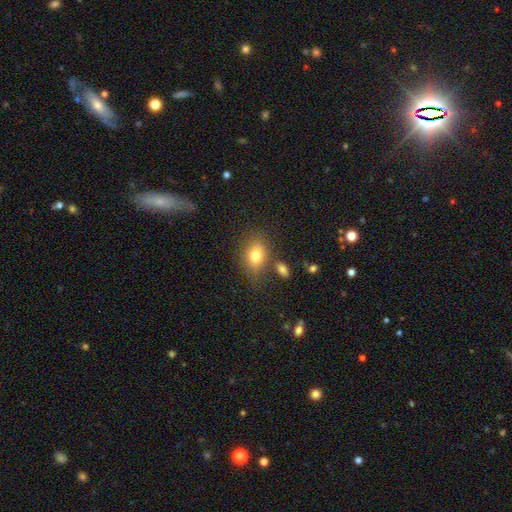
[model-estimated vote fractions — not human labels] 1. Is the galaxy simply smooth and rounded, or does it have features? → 77% smooth, 13% featured or disk, 10% star or artifact.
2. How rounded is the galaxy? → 73% in between, 25% round, 2% cigar-shaped.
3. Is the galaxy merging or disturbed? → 68% none, 16% minor disturbance, 9% merger, 6% major disturbance.